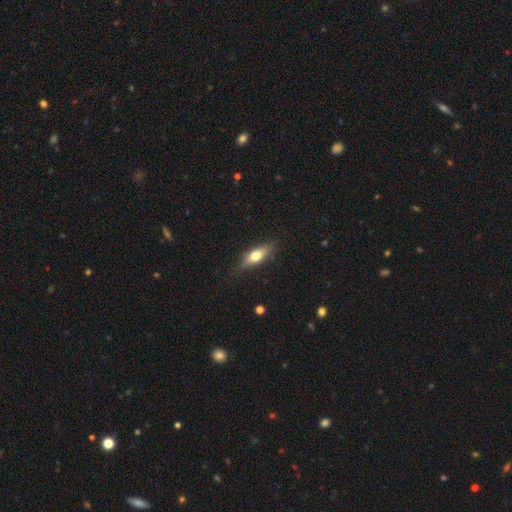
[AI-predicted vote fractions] Smooth or featured: smooth — 62% (featured or disk — 31%)
How rounded: in between — 60% (cigar-shaped — 35%)
Merging: none — 79% (minor disturbance — 16%)